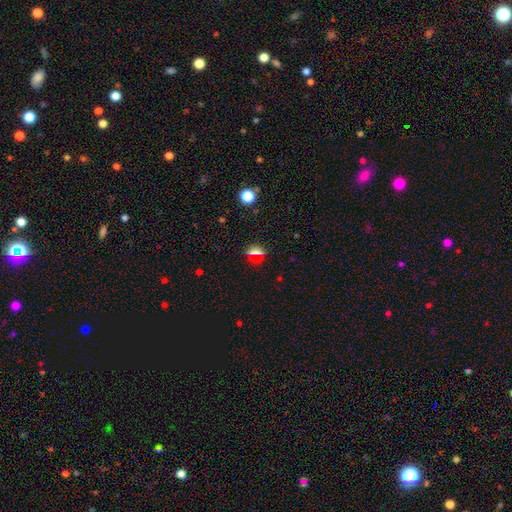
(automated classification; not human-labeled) smooth_or_featured: smooth (p=0.56) [alt: star or artifact p=0.34]
how_rounded: round (p=0.75) [alt: in between p=0.20]
merging: none (p=0.86) [alt: minor disturbance p=0.08]